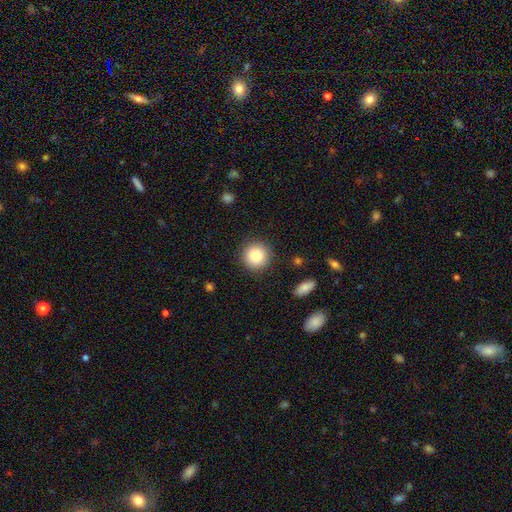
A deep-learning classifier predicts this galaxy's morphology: Smooth or featured?
  - smooth: 83% *
  - star or artifact: 9%
  - featured or disk: 8%
How rounded?
  - round: 93% *
  - in between: 6%
  - cigar-shaped: 1%
Merging?
  - none: 89% *
  - minor disturbance: 7%
  - major disturbance: 2%
  - merger: 1%